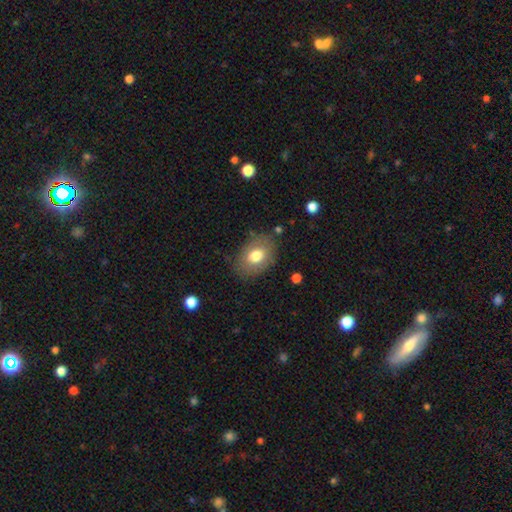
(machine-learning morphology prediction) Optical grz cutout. It shows a smooth galaxy with no disk features (75%) that is in between round and cigar-shaped (78%). Merging: none (80%).